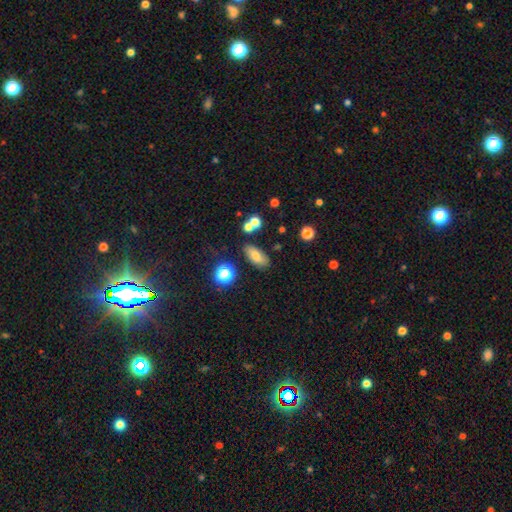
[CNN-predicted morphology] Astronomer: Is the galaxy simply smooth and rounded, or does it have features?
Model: smooth — 75%.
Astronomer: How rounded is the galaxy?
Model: in between — 80%.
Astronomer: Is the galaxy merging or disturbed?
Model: none — 78%.